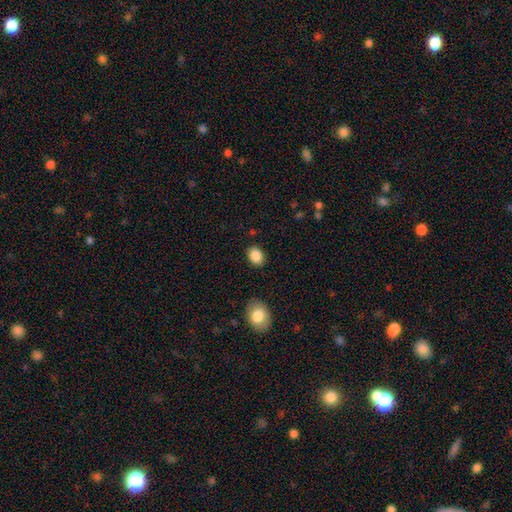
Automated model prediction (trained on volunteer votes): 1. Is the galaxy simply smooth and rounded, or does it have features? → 88% smooth, 8% star or artifact, 4% featured or disk.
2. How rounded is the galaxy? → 69% in between, 30% round, 1% cigar-shaped.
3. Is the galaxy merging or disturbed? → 86% none, 9% minor disturbance, 3% major disturbance, 2% merger.